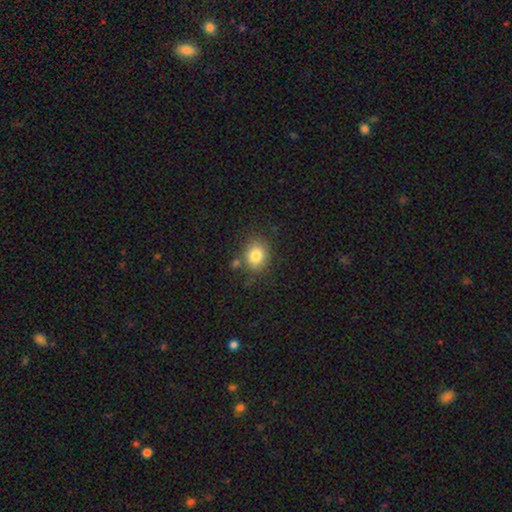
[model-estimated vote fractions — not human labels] Smooth or featured?
  - smooth: 81% *
  - star or artifact: 10%
  - featured or disk: 8%
How rounded?
  - round: 63% *
  - in between: 36%
  - cigar-shaped: 1%
Merging?
  - none: 75% *
  - minor disturbance: 13%
  - merger: 7%
  - major disturbance: 4%